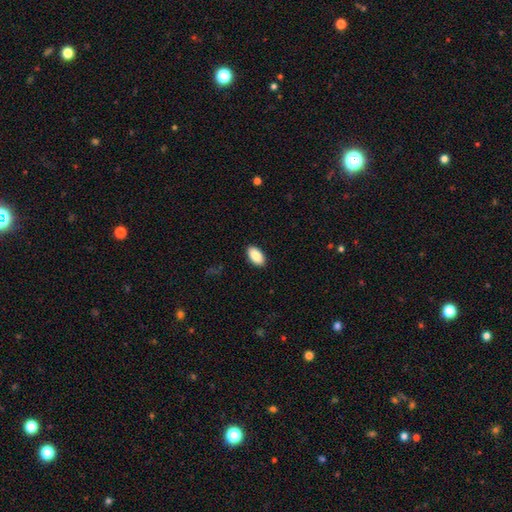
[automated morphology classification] Smooth or featured?
  - smooth: 89% *
  - star or artifact: 7%
  - featured or disk: 5%
How rounded?
  - in between: 95% *
  - round: 3%
  - cigar-shaped: 2%
Merging?
  - none: 90% *
  - minor disturbance: 8%
  - major disturbance: 2%
  - merger: 1%